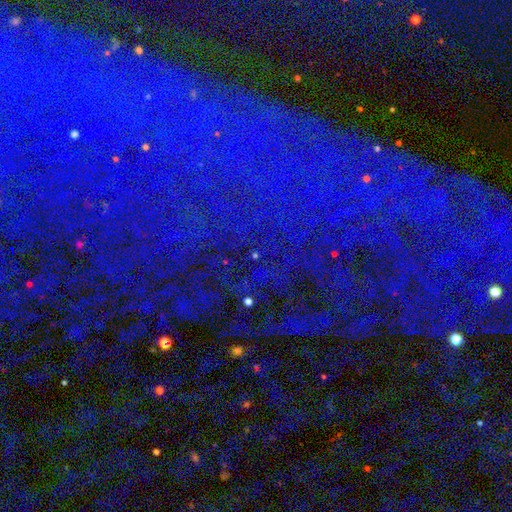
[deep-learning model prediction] Smooth or featured? star or artifact (79%)